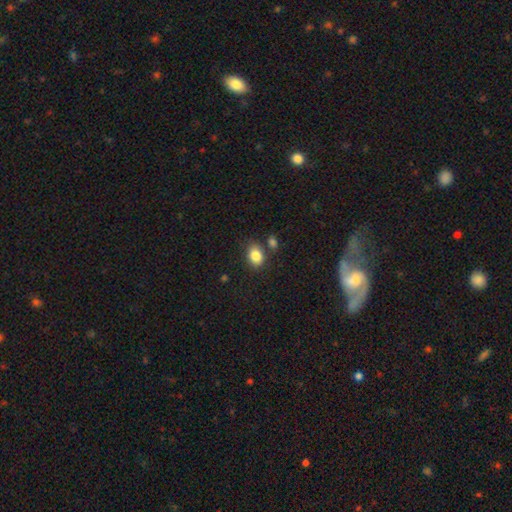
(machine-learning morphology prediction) Q: Smooth or featured?
A: smooth (85%); runner-up: star or artifact (9%)
Q: How rounded?
A: in between (69%); runner-up: round (30%)
Q: Merging?
A: none (74%); runner-up: minor disturbance (13%)